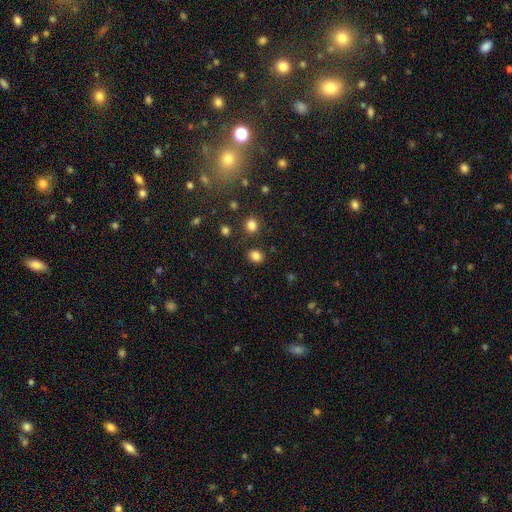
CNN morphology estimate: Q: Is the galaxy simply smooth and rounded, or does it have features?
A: smooth — 82%.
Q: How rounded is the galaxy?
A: round — 59%.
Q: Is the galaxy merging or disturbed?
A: none — 82%.